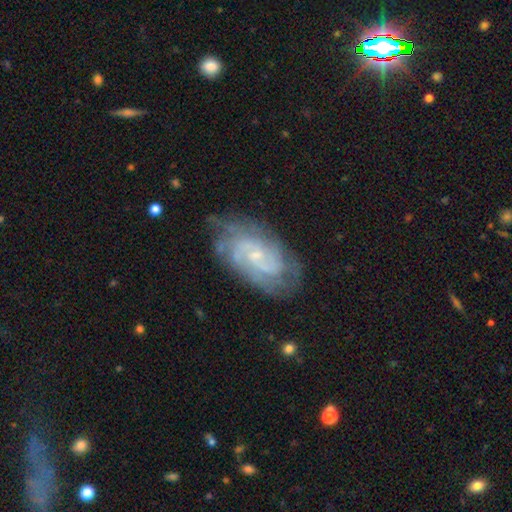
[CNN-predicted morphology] smooth-or-featured: featured or disk: 82% | smooth: 12% | star or artifact: 7%
  disk-edge-on: no: 96% | yes: 4%
    bar: no: 59% | weak: 35% | strong: 6%
    has-spiral-arms: yes: 94% | no: 6%
      spiral-winding: tight: 56% | medium: 35% | loose: 9%
      spiral-arm-count: can't tell: 34% (tied) | 2: 34% (tied) | 3: 15% | 4: 8% | more than 4: 5% | 1: 4%
    bulge-size: small: 75% | moderate: 18% | none: 5% | large: 1% | dominant: 1%
  merging: none: 71% | minor disturbance: 20% | major disturbance: 7% | merger: 2%